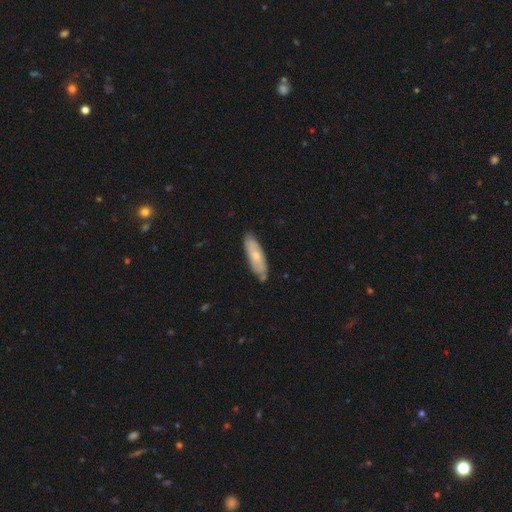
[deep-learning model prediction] Smooth or featured? smooth (57%)
How rounded? cigar-shaped (50%)
Merging? none (77%)